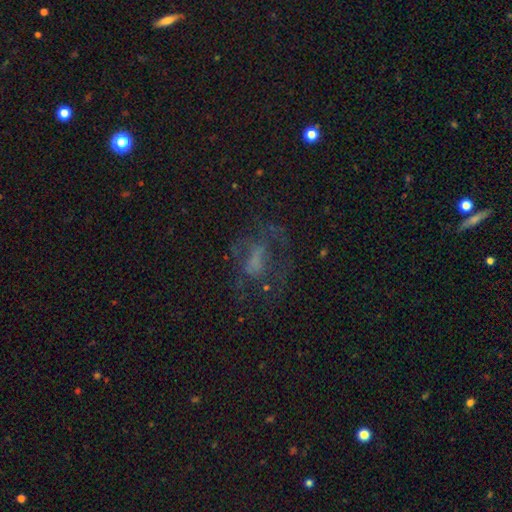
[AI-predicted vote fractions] Smooth or featured? featured or disk (49%)
Merging? none (48%)